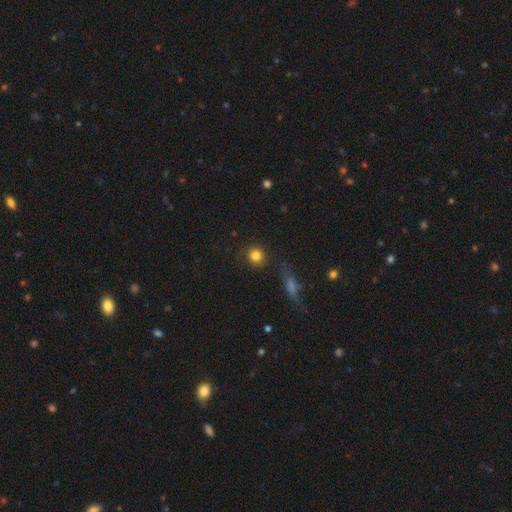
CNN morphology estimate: Smooth or featured: smooth — 83% (star or artifact — 11%)
How rounded: round — 89% (in between — 10%)
Merging: none — 85% (minor disturbance — 9%)